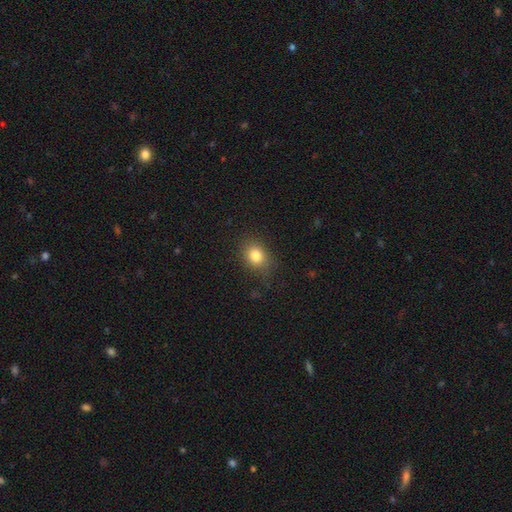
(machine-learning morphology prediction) Smooth or featured? smooth (81%)
How rounded? in between (52%)
Merging? none (80%)